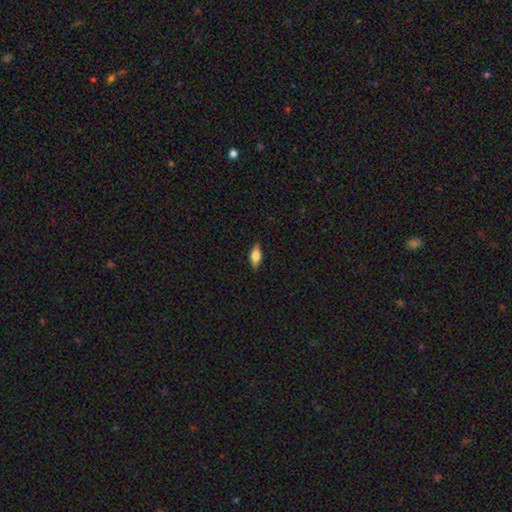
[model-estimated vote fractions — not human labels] This appears to be a smooth galaxy with no disk features (59%) that is in between round and cigar-shaped (72%). Merging: none (88%).